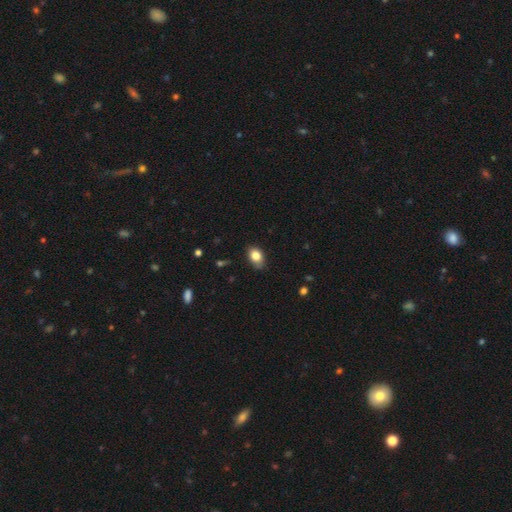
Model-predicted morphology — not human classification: smooth-or-featured: smooth: 81% | featured or disk: 10% | star or artifact: 9%
  how-rounded: in between: 80% | round: 18% | cigar-shaped: 1%
  merging: none: 77% | minor disturbance: 19% | major disturbance: 3% | merger: 1%